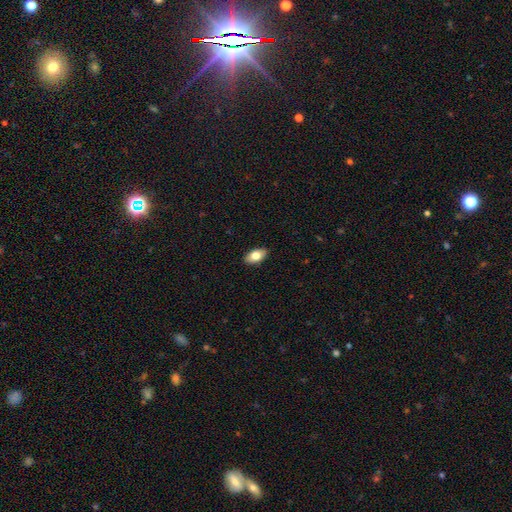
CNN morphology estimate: This appears to be a smooth galaxy with no disk features (79%) that is in between round and cigar-shaped (92%). Merging: none (89%).